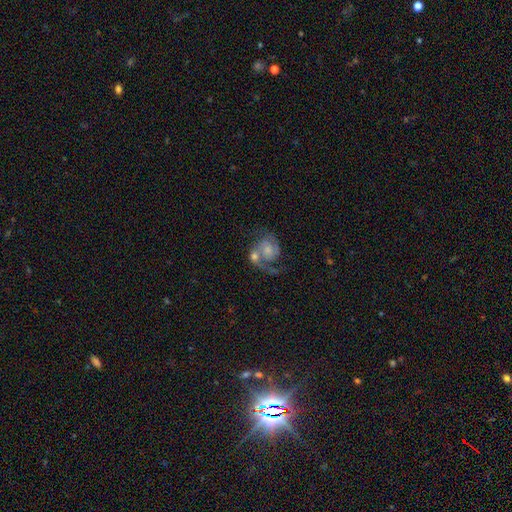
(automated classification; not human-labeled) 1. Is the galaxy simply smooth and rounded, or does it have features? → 79% featured or disk, 13% smooth, 8% star or artifact.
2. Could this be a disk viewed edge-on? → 98% no, 2% yes.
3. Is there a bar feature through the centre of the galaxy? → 64% no, 30% weak, 6% strong.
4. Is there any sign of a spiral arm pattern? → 93% yes, 7% no.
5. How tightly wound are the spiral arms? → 48% medium, 26% loose, 26% tight.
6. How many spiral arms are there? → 68% 2, 22% 1, 5% can't tell, 2% 3, 1% 4, 1% more than 4.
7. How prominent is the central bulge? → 46% small, 39% moderate, 8% none, 5% large, 2% dominant.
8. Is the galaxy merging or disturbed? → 39% none, 33% merger, 15% major disturbance, 12% minor disturbance.